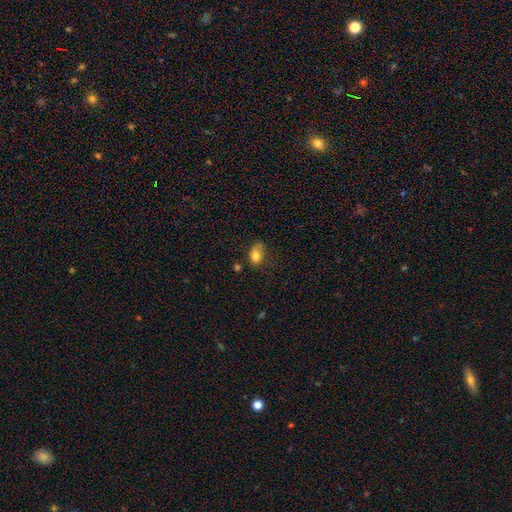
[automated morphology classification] This appears to be a smooth galaxy with no disk features (80%) that is in between round and cigar-shaped (81%). Merging: none (42%).